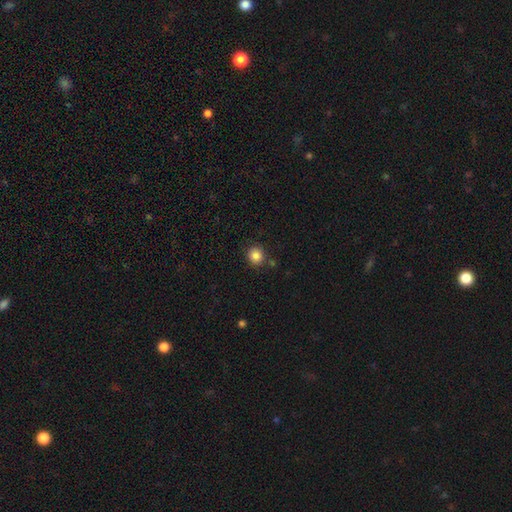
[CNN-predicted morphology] A smooth galaxy with no disk features (86%) that is round (88%).

Vote fractions:
- Smooth or featured? smooth: 86% / star or artifact: 10% / featured or disk: 4%
- How rounded? round: 88% / in between: 11% / cigar-shaped: 1%
- Merging? none: 83% / minor disturbance: 9% / merger: 5% / major disturbance: 3%